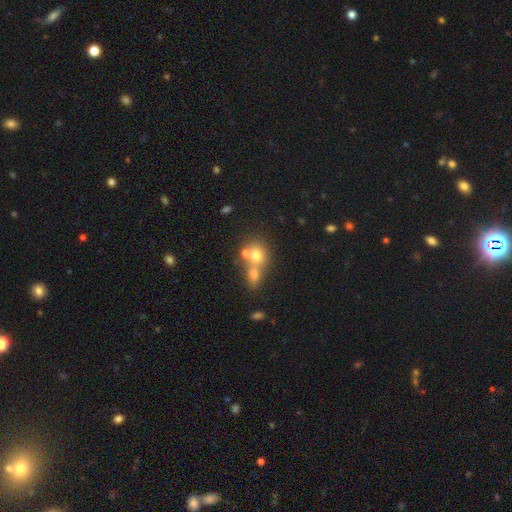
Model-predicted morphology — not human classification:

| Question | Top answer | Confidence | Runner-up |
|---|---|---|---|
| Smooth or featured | smooth | 67% | featured or disk (19%) |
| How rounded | round | 70% | in between (28%) |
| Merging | merger | 56% | none (32%) |